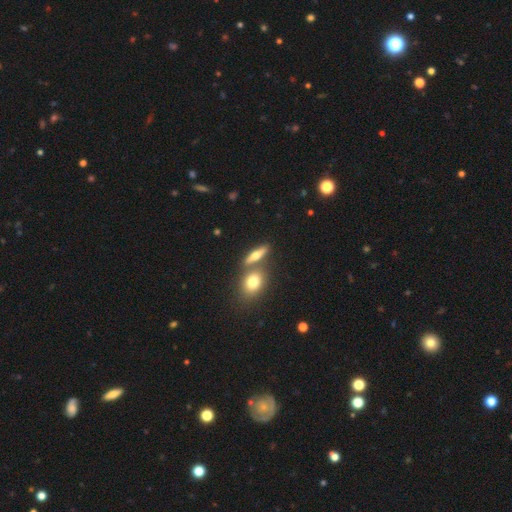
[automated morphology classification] Overall: smooth (50%; featured or disk 41%). Merging: none (63%; merger 24%).